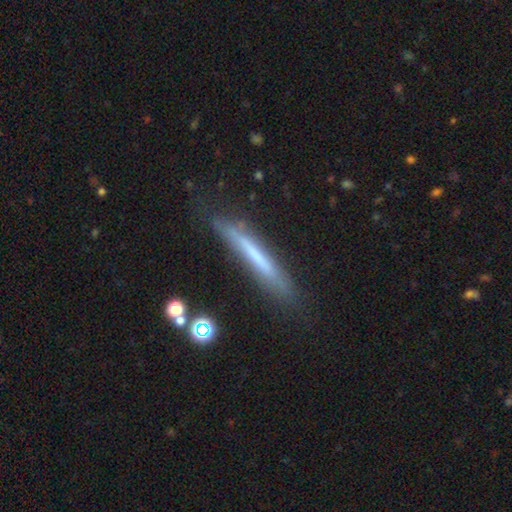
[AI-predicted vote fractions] This appears to be a smooth galaxy with no disk features (46%, tied with featured or disk). Merging: none (74%).